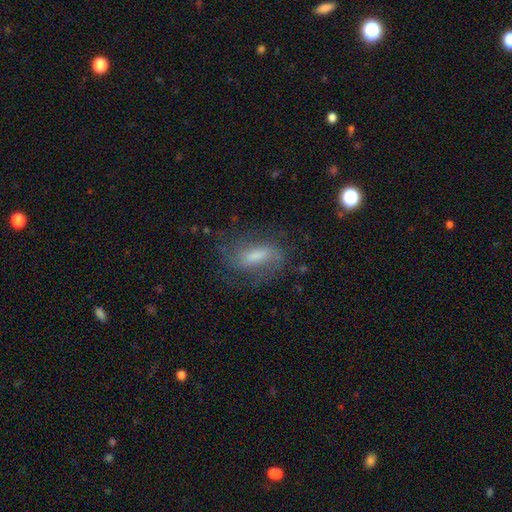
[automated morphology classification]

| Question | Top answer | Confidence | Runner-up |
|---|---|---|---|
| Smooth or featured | featured or disk | 51% | smooth (38%) |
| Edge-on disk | no | 88% | yes (12%) |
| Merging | none | 65% | minor disturbance (20%) |